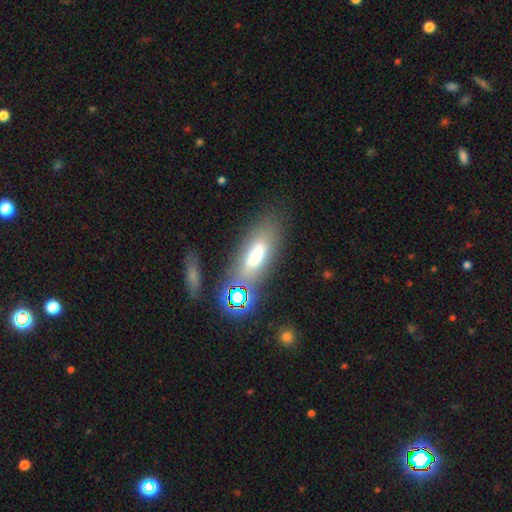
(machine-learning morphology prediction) smooth-or-featured: smooth: 68% | featured or disk: 18% | star or artifact: 14%
  how-rounded: in between: 70% | cigar-shaped: 26% | round: 4%
  merging: none: 65% | minor disturbance: 17% | merger: 10% | major disturbance: 8%